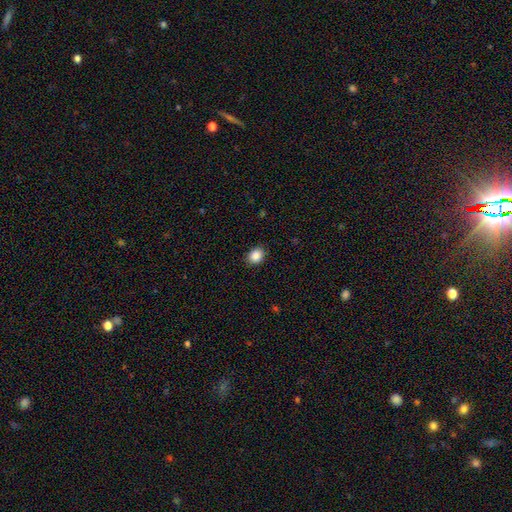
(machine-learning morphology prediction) Q: Smooth or featured?
A: smooth (87%); runner-up: star or artifact (9%)
Q: How rounded?
A: round (52%); runner-up: in between (47%)
Q: Merging?
A: none (89%); runner-up: minor disturbance (8%)